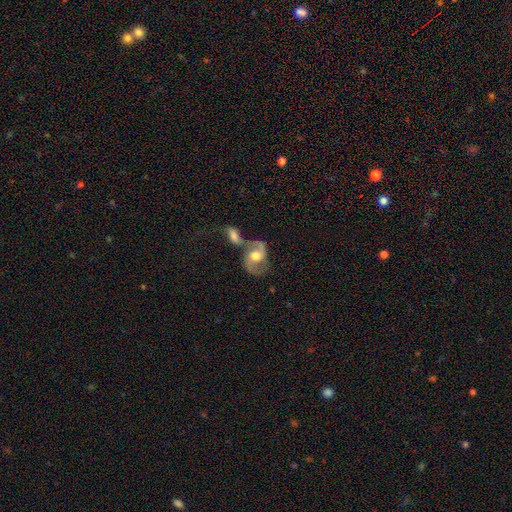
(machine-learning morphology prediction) type=featured or disk (78%); edge-on=no (97%); bar=no (50%); spiral arms=yes (92%); winding=medium (49%); arm count=2 (90%); bulge=moderate (72%); merging=merger (47%).